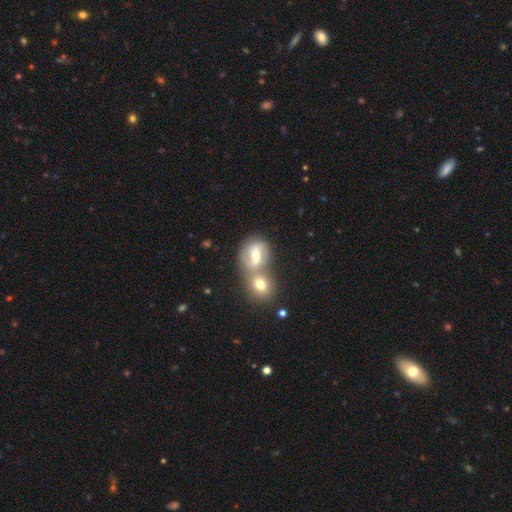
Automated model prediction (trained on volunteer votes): Smooth or featured?
  - featured or disk: 59% *
  - smooth: 33%
  - star or artifact: 9%
Edge-on disk?
  - no: 96% *
  - yes: 4%
Bar?
  - weak: 46% *
  - strong: 31%
  - no: 23%
Spiral arms?
  - yes: 78% *
  - no: 22%
Bulge size?
  - moderate: 71% *
  - small: 21%
  - large: 5%
  - none: 2%
  - dominant: 1%
Merging?
  - merger: 44% * (tied)
  - none: 44% * (tied)
  - minor disturbance: 9%
  - major disturbance: 4%